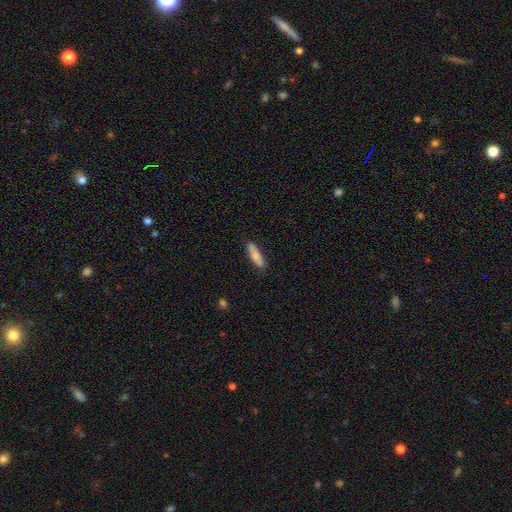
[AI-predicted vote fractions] smooth-or-featured: smooth: 74% | featured or disk: 20% | star or artifact: 6%
  how-rounded: cigar-shaped: 65% | in between: 33% | round: 2%
  merging: none: 86% | minor disturbance: 11% | major disturbance: 2% | merger: 1%